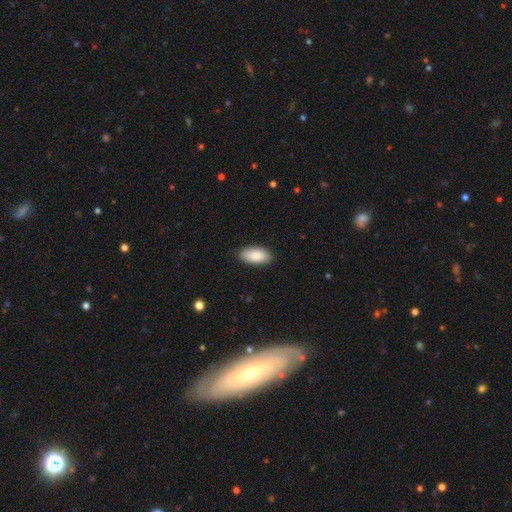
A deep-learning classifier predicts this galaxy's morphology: The model was most divided on "merging": none: 88%, minor disturbance: 9%, major disturbance: 2%, merger: 1%. More confident: how rounded — in between (94%); smooth or featured — smooth (88%).